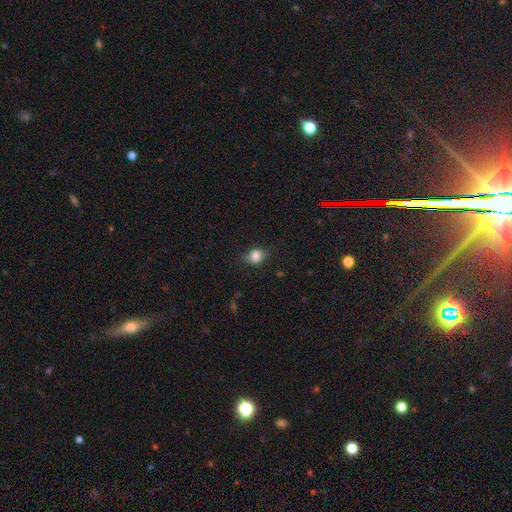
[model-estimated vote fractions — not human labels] smooth 83%, star or artifact 10%, featured or disk 6%. Down the decision tree: how rounded — round (57%); merging — none (65%).